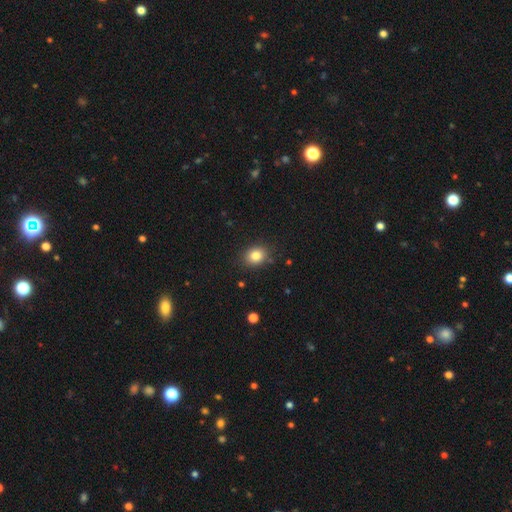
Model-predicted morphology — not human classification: The model was most divided on "how rounded": round: 53%, in between: 46%, cigar-shaped: 1%. More confident: merging — none (86%); smooth or featured — smooth (82%).